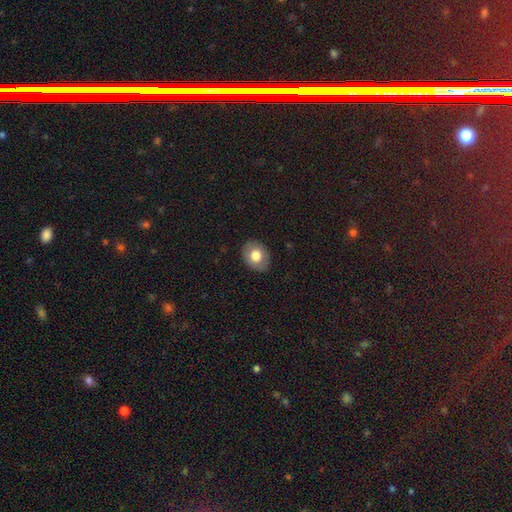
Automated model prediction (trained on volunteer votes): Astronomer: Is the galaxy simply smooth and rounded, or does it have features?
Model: smooth — 73%.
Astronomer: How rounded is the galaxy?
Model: in between — 53% (runner-up: round, 46%).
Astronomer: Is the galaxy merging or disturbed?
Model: none — 86%.